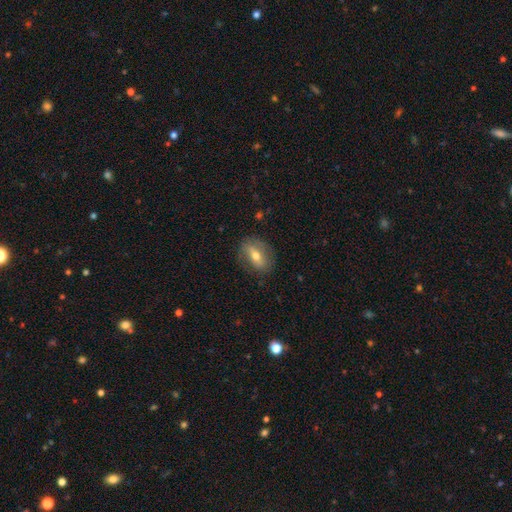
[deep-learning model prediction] Smooth or featured?
  - smooth: 53% *
  - featured or disk: 39%
  - star or artifact: 8%
How rounded?
  - in between: 75% *
  - round: 20%
  - cigar-shaped: 6%
Merging?
  - none: 79% *
  - minor disturbance: 15%
  - major disturbance: 5%
  - merger: 1%